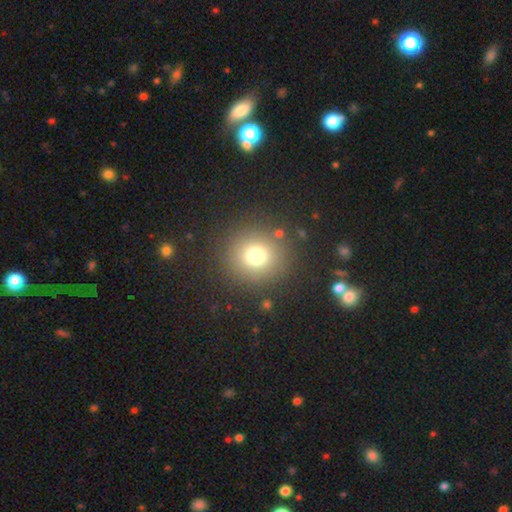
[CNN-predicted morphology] A smooth galaxy with no disk features (73%) that is round (93%).

Vote fractions:
- Smooth or featured? smooth: 73% / star or artifact: 18% / featured or disk: 9%
- How rounded? round: 93% / in between: 6% / cigar-shaped: 1%
- Merging? none: 87% / minor disturbance: 7% / major disturbance: 4% / merger: 2%